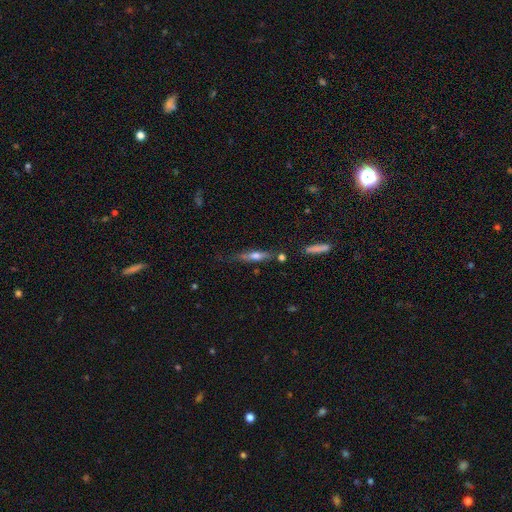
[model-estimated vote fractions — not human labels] Smooth or featured?
  - smooth: 48% *
  - featured or disk: 45%
  - star or artifact: 7%
Merging?
  - none: 63% *
  - minor disturbance: 23%
  - major disturbance: 7%
  - merger: 7%